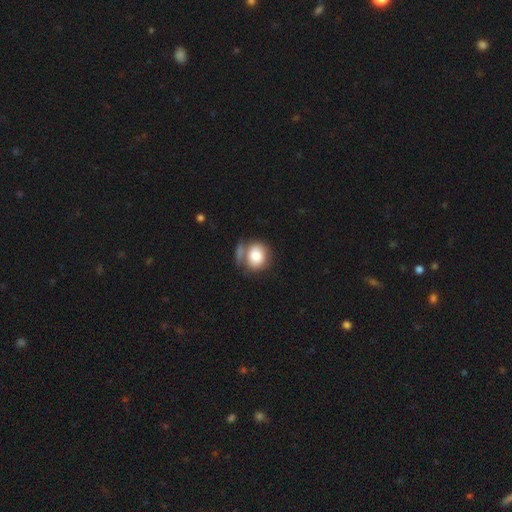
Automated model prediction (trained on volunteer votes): Smooth or featured?
  - smooth: 81% *
  - featured or disk: 12%
  - star or artifact: 8%
How rounded?
  - round: 70% *
  - in between: 29%
  - cigar-shaped: 1%
Merging?
  - none: 48% *
  - merger: 23%
  - minor disturbance: 19%
  - major disturbance: 10%